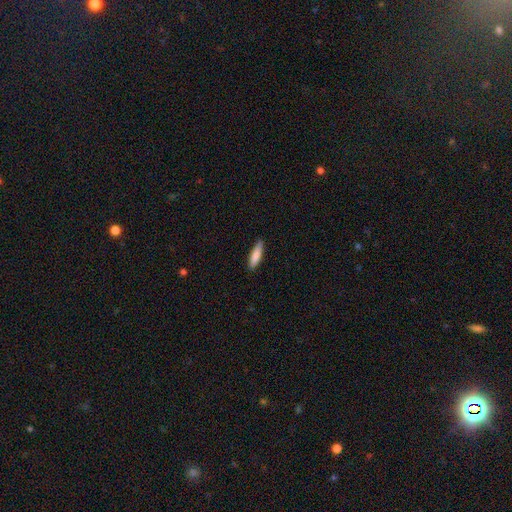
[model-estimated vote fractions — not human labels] This appears to be a smooth galaxy with no disk features (83%) that is cigar-shaped (70%). Merging: none (87%).